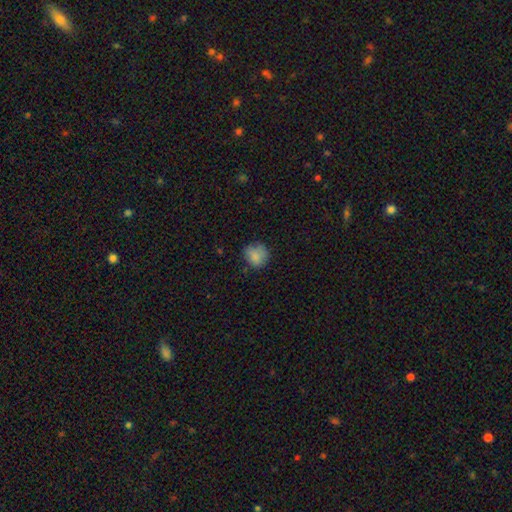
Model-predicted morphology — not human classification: Smooth or featured? smooth (83%)
How rounded? round (80%)
Merging? none (70%)